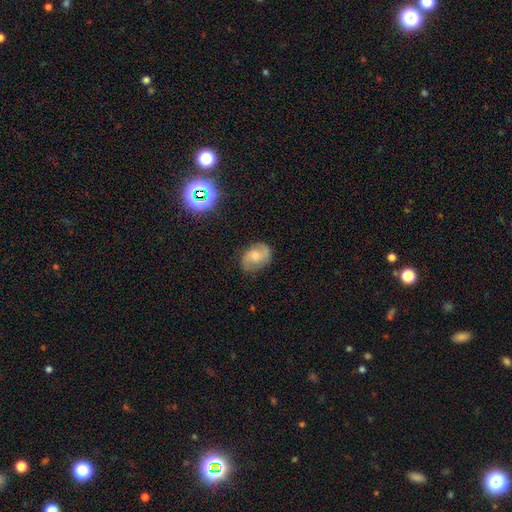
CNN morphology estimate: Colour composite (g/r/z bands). It shows a featured or disk galaxy (60%) with no bar (56%), 2 (87%) medium (50%) spiral arms (91%) and a moderate central bulge (39%). Merging: none (77%).